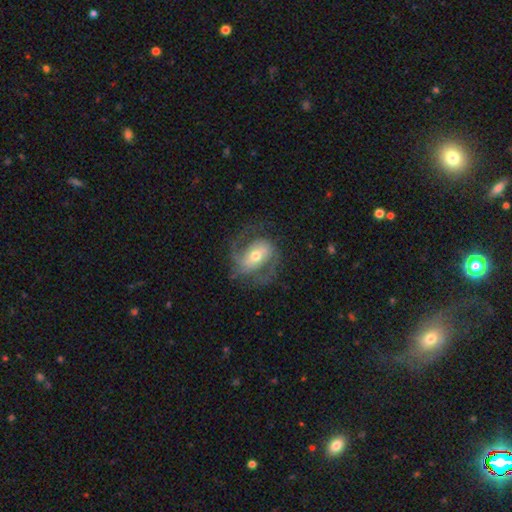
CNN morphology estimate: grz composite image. It shows a featured or disk galaxy (80%) with a weak bar (40%), 2 (75%) medium (50%) spiral arms (92%) and a moderate central bulge (62%). Merging: none (63%).